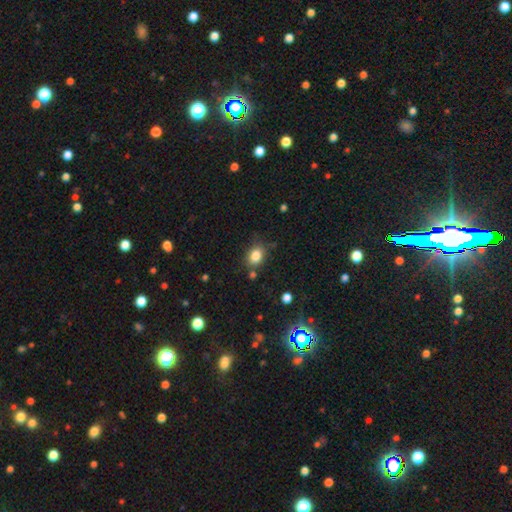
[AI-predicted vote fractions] Morphology: type=smooth (82%); roundness=in between (60%); merging=none (73%).